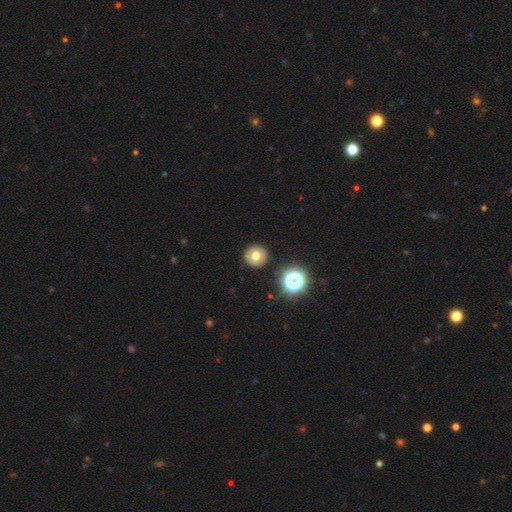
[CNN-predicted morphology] Smooth or featured?
  - smooth: 64% *
  - featured or disk: 23%
  - star or artifact: 13%
How rounded?
  - round: 93% *
  - in between: 6%
  - cigar-shaped: 1%
Merging?
  - none: 90% *
  - minor disturbance: 6%
  - major disturbance: 2%
  - merger: 2%